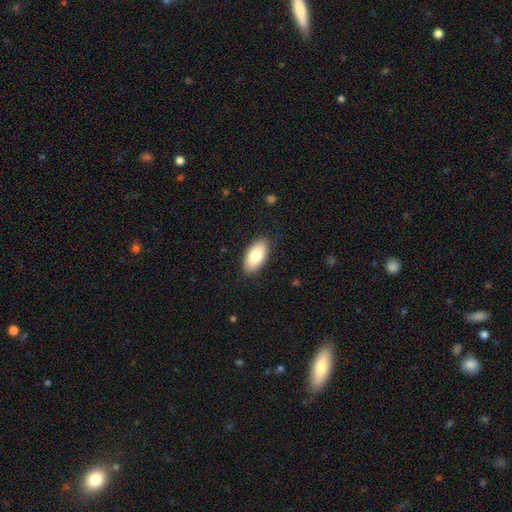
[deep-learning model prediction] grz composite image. It shows a smooth galaxy with no disk features (80%) that is in between round and cigar-shaped (94%). Merging: none (88%).